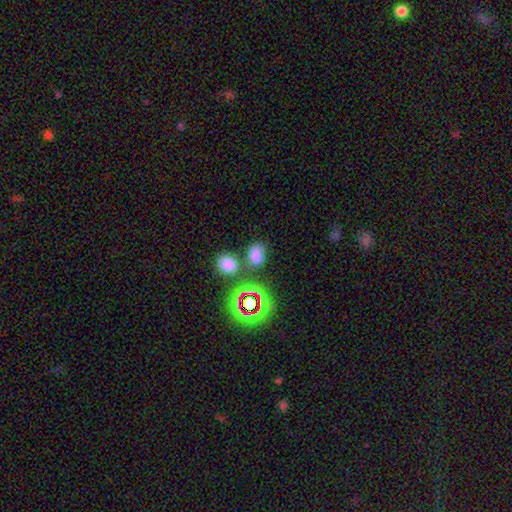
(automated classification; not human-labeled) Smooth or featured: smooth — 72% (star or artifact — 21%)
How rounded: in between — 69% (round — 30%)
Merging: none — 55% (merger — 25%)